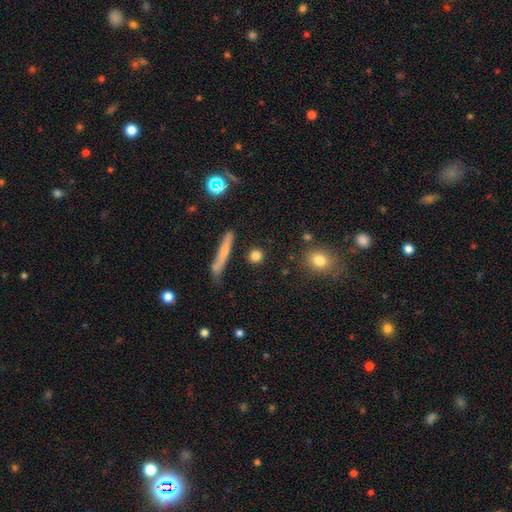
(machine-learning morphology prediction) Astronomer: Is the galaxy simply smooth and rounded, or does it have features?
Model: smooth — 80%.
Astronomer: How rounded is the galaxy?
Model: round — 79%.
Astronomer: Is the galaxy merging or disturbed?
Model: none — 85%.